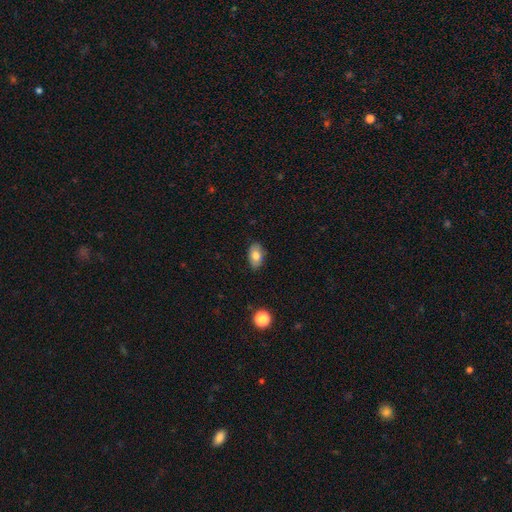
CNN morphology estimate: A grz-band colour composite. It shows a smooth galaxy with no disk features (78%) that is in between round and cigar-shaped (90%). Merging: none (84%).